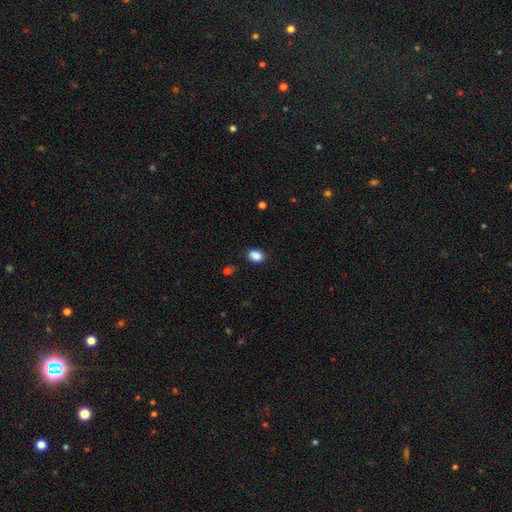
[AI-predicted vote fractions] Morphology: type=smooth (88%); roundness=in between (75%); merging=none (83%).